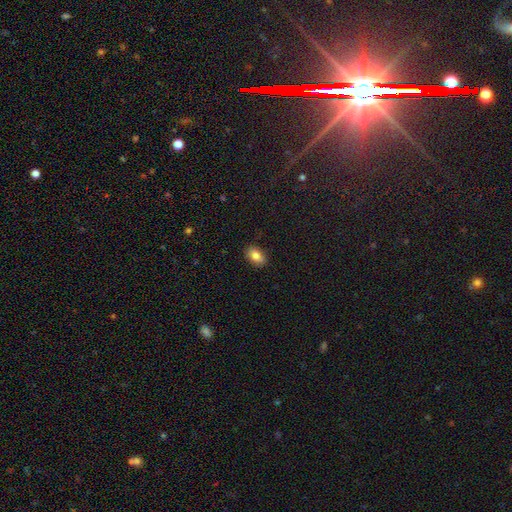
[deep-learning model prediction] smooth 83%, star or artifact 8%, featured or disk 8%. Down the decision tree: how rounded — in between (86%); merging — none (87%).